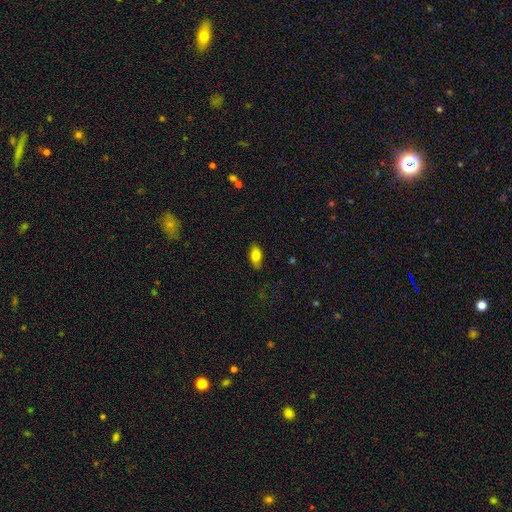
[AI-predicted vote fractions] Smooth or featured? smooth (81%)
How rounded? in between (89%)
Merging? none (84%)